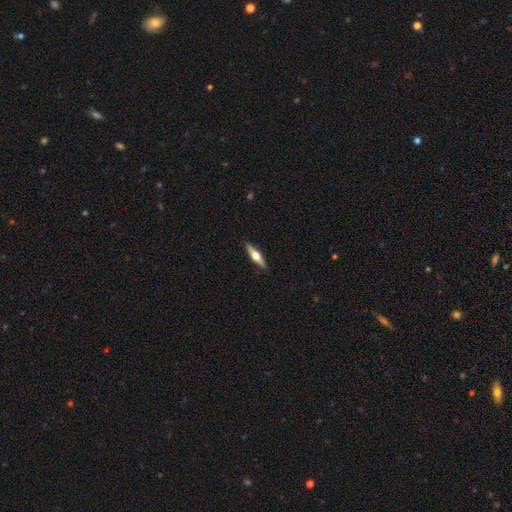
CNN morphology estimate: type=featured or disk (62%); edge-on=yes (96%); edge-on bulge=rounded (94%); merging=none (90%).